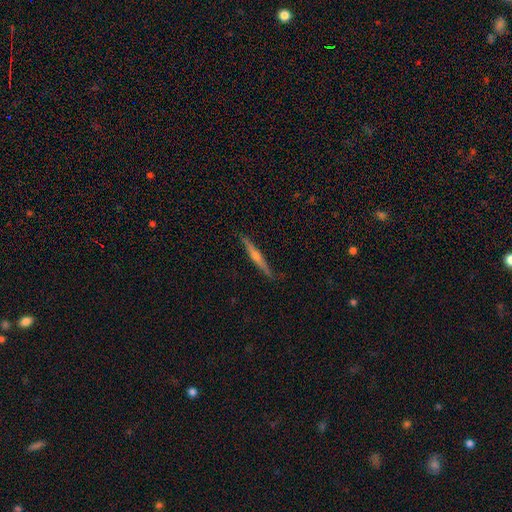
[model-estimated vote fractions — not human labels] A featured or disk galaxy (67%) viewed edge-on (98%) with a rounded central bulge (76%). Merging: none (88%).